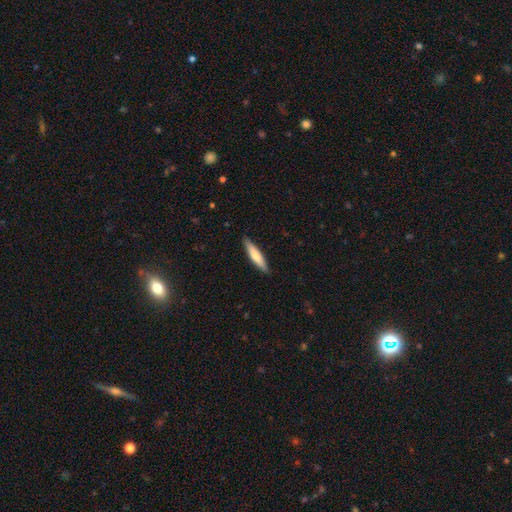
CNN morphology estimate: A smooth galaxy with no disk features (67%) that is cigar-shaped (85%).

Vote fractions:
- Smooth or featured? smooth: 67% / featured or disk: 27% / star or artifact: 5%
- How rounded? cigar-shaped: 85% / in between: 14% / round: 1%
- Merging? none: 89% / minor disturbance: 9% / major disturbance: 2% / merger: 1%